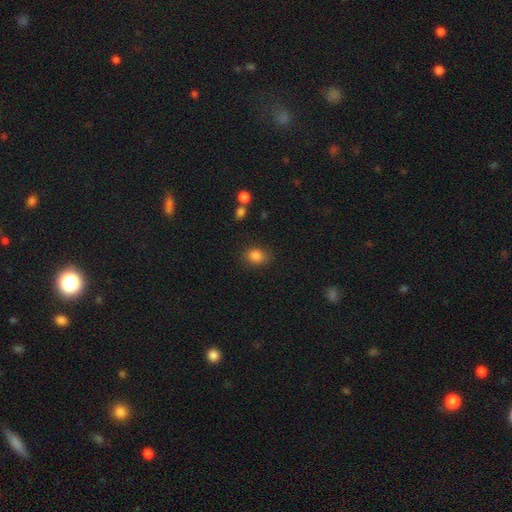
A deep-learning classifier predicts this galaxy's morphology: This appears to be a smooth galaxy with no disk features (85%) that is round (51%). Merging: none (82%).